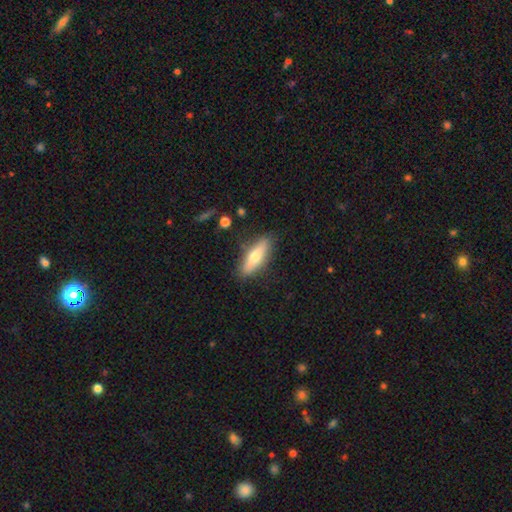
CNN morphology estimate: This appears to be a smooth galaxy with no disk features (60%) that is cigar-shaped (58%). Merging: none (84%).